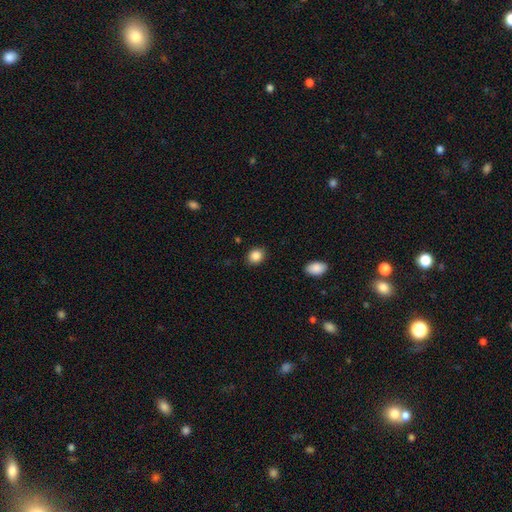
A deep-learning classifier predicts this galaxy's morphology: Smooth or featured?
  - smooth: 87% *
  - star or artifact: 9%
  - featured or disk: 4%
How rounded?
  - round: 62% *
  - in between: 37%
  - cigar-shaped: 1%
Merging?
  - none: 88% *
  - minor disturbance: 8%
  - major disturbance: 2%
  - merger: 1%